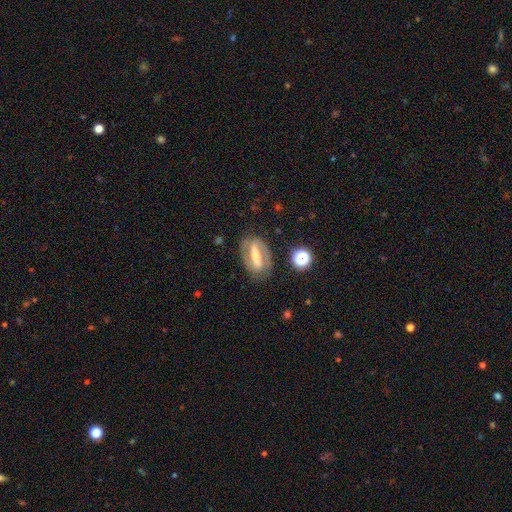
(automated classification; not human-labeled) The model was most divided on "bulge size": moderate: 47%, small: 39%, large: 8%, none: 4%, dominant: 2%. More confident: edge-on disk — no (84%); merging — none (79%); bar — strong (75%); smooth or featured — featured or disk (73%); spiral arms — yes (59%).